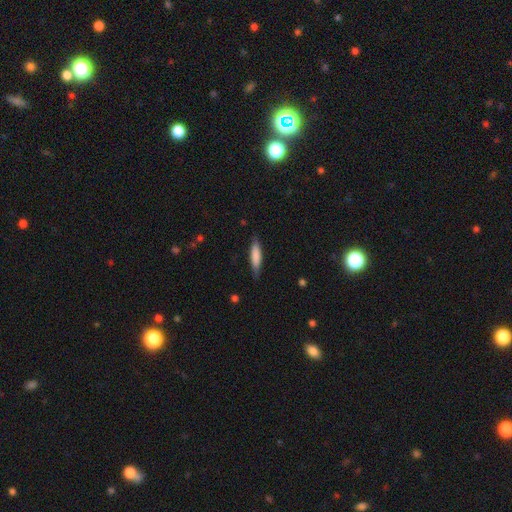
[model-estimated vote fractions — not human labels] The model was most divided on "how rounded": cigar-shaped: 78%, in between: 21%, round: 1%. More confident: merging — none (82%); smooth or featured — smooth (77%).